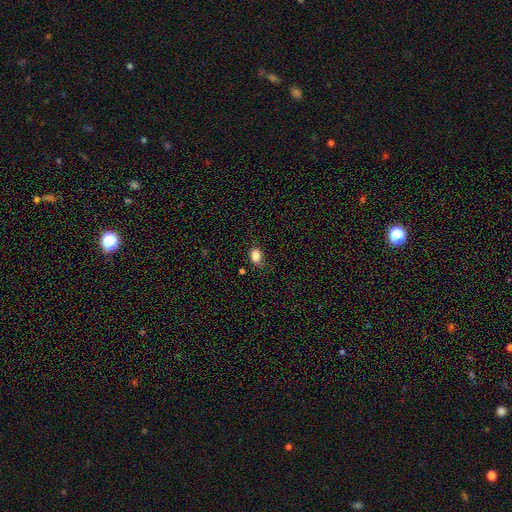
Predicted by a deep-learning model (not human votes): A smooth galaxy with no disk features (85%) that is in between round and cigar-shaped (74%). Merging: none (78%).